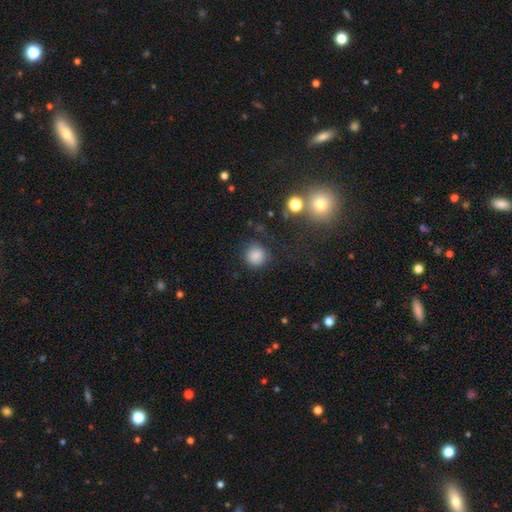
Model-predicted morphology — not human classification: Overall: smooth (83%). How rounded: round (90%). Merging: none (79%).